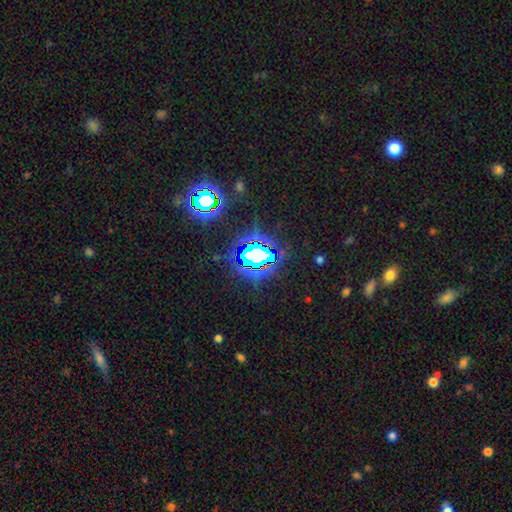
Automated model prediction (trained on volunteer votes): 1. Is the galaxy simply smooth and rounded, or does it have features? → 74% star or artifact, 14% smooth, 12% featured or disk.